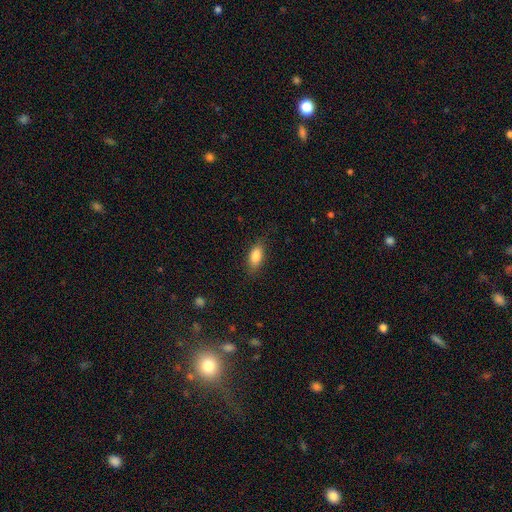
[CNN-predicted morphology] A smooth galaxy with no disk features (84%) that is in between round and cigar-shaped (85%). Merging: none (81%).